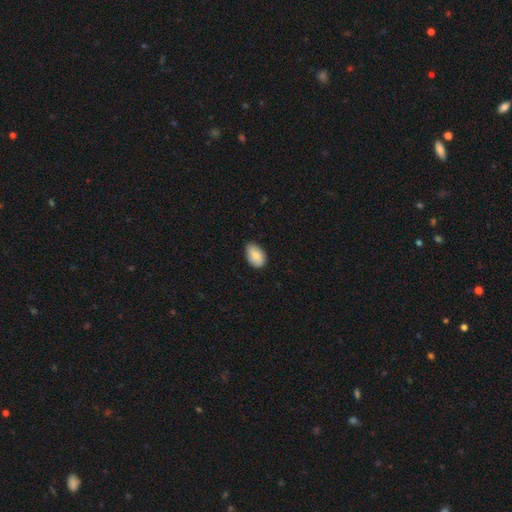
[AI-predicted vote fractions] Smooth or featured: smooth — 81% (featured or disk — 12%)
How rounded: in between — 89% (round — 9%)
Merging: none — 72% (minor disturbance — 24%)